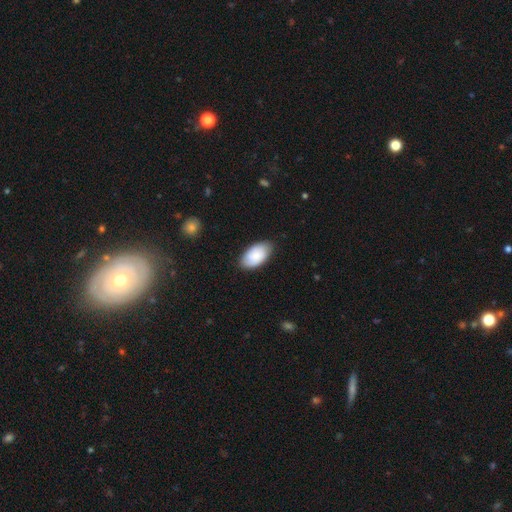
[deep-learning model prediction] A smooth galaxy with no disk features (78%) that is in between round and cigar-shaped (95%).

Vote fractions:
- Smooth or featured? smooth: 78% / featured or disk: 16% / star or artifact: 6%
- How rounded? in between: 95% / round: 4% / cigar-shaped: 2%
- Merging? none: 80% / minor disturbance: 16% / major disturbance: 3% / merger: 1%